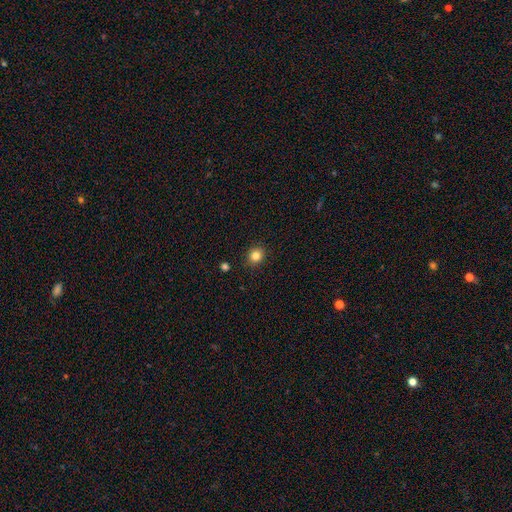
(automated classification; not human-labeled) A smooth galaxy with no disk features (83%) that is round (81%).

Vote fractions:
- Smooth or featured? smooth: 83% / star or artifact: 12% / featured or disk: 5%
- How rounded? round: 81% / in between: 18% / cigar-shaped: 1%
- Merging? none: 89% / minor disturbance: 7% / major disturbance: 2% / merger: 1%